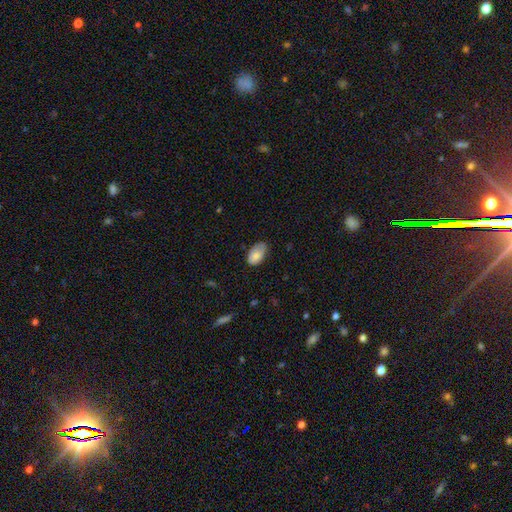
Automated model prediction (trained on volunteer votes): smooth-or-featured: smooth: 77% | featured or disk: 16% | star or artifact: 7%
  how-rounded: in between: 93% | round: 6% | cigar-shaped: 1%
  merging: none: 53% | minor disturbance: 37% | major disturbance: 9% | merger: 2%